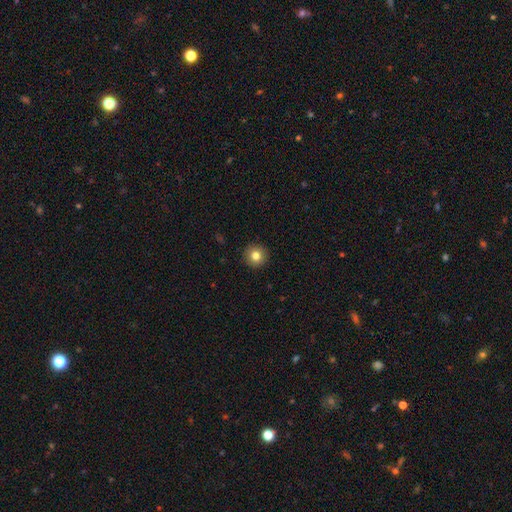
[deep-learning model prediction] smooth 82%, star or artifact 10%, featured or disk 8%. Down the decision tree: how rounded — round (95%); merging — none (93%).